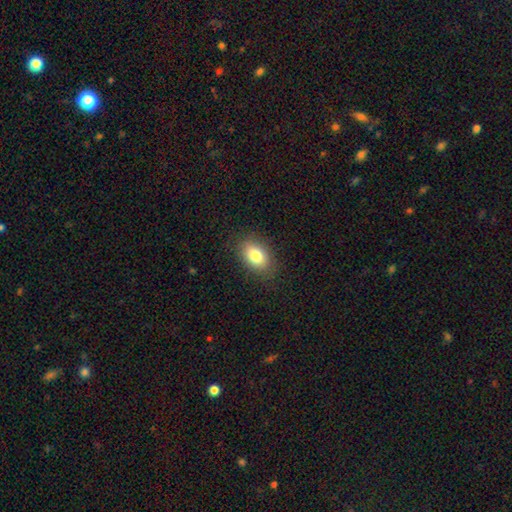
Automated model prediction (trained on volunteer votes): A smooth galaxy with no disk features (81%) that is in between round and cigar-shaped (86%). Merging: none (86%).